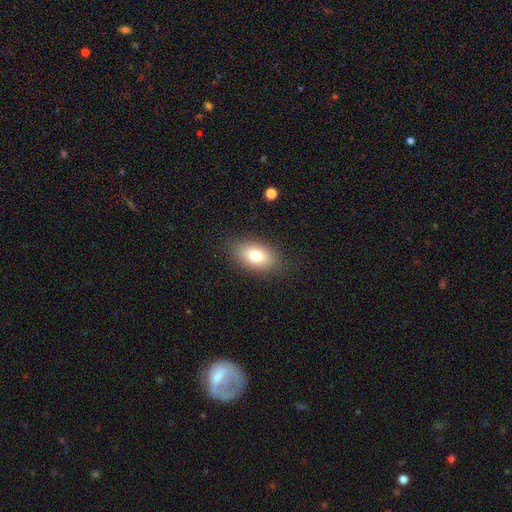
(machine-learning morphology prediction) smooth_or_featured: smooth (p=0.80) [alt: featured or disk p=0.12]
how_rounded: in between (p=0.90) [alt: round p=0.08]
merging: none (p=0.85) [alt: minor disturbance p=0.11]